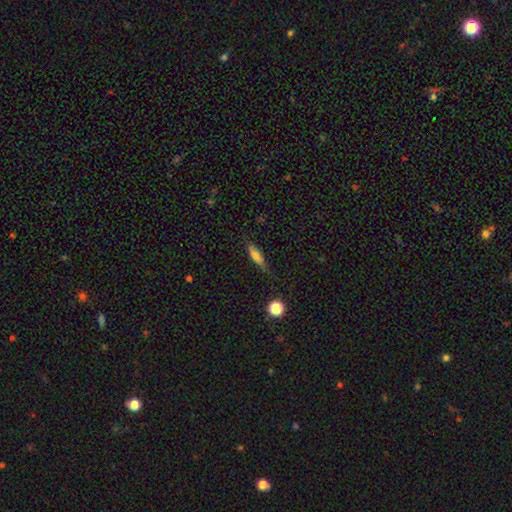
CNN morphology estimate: This is likely a smooth galaxy (66%). How rounded: likely cigar-shaped (65%). Merging: likely none (75%).